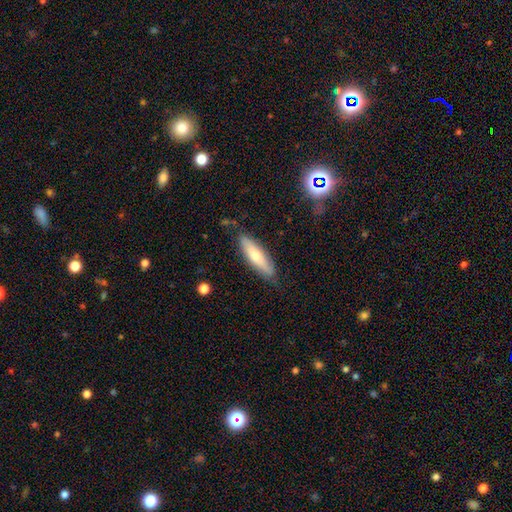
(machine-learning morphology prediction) Smooth or featured?
  - smooth: 62% *
  - featured or disk: 32%
  - star or artifact: 6%
How rounded?
  - cigar-shaped: 66% *
  - in between: 32%
  - round: 2%
Merging?
  - none: 80% *
  - minor disturbance: 15%
  - major disturbance: 3%
  - merger: 2%